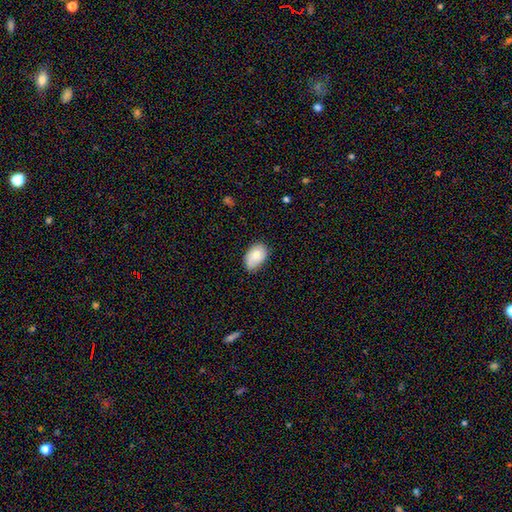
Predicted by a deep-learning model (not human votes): smooth 76%, featured or disk 17%, star or artifact 7%. Down the decision tree: how rounded — in between (87%); merging — none (62%).